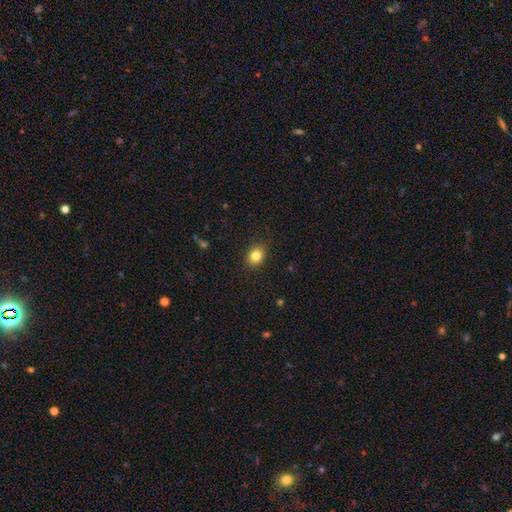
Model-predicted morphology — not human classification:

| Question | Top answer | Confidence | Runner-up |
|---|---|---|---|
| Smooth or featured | smooth | 83% | star or artifact (11%) |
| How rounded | round | 53% | in between (46%) |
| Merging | none | 89% | minor disturbance (8%) |